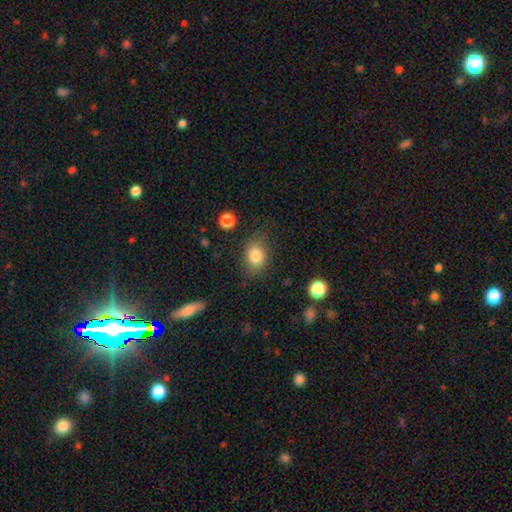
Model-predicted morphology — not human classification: smooth 82%, star or artifact 10%, featured or disk 8%. Down the decision tree: how rounded — in between (64%); merging — none (75%).